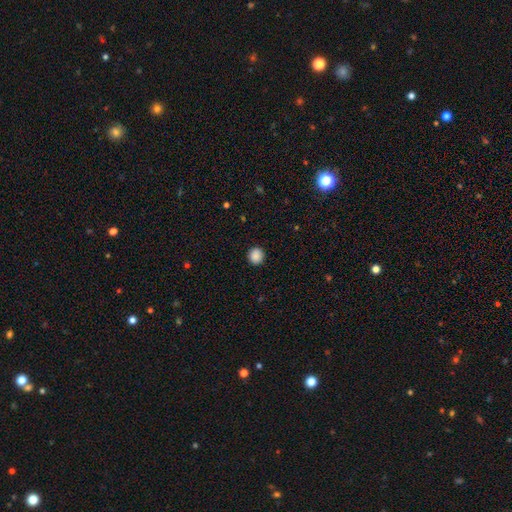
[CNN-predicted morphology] A smooth galaxy with no disk features (88%) that is round (88%).

Vote fractions:
- Smooth or featured? smooth: 88% / star or artifact: 9% / featured or disk: 3%
- How rounded? round: 88% / in between: 11% / cigar-shaped: 1%
- Merging? none: 90% / minor disturbance: 7% / major disturbance: 2% / merger: 1%